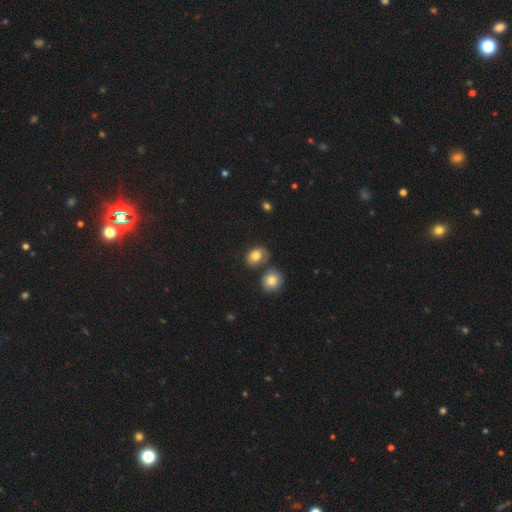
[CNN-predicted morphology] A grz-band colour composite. It shows a smooth galaxy with no disk features (82%) that is in between round and cigar-shaped (68%). Merging: none (62%).